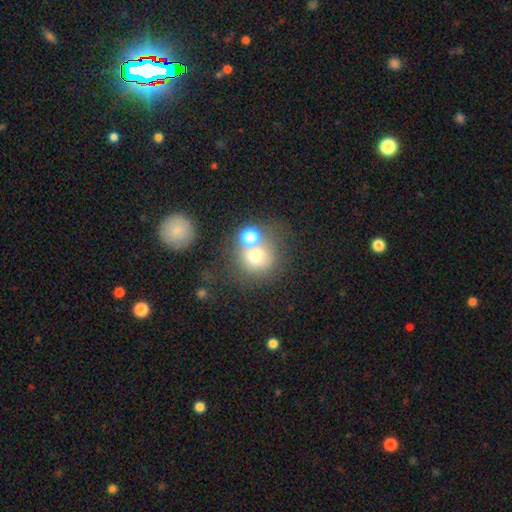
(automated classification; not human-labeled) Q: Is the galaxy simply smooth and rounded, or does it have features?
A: smooth — 65%.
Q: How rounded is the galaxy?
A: round — 85%.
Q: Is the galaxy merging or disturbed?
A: none — 45%.